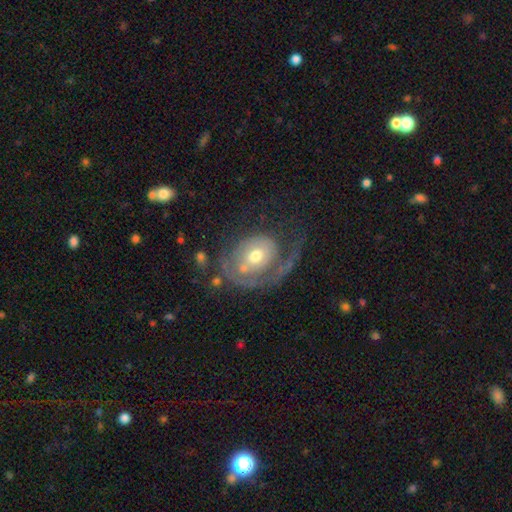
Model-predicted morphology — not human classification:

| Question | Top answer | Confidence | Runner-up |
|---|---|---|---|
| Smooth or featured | featured or disk | 64% | smooth (29%) |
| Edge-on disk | no | 96% | yes (4%) |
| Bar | no | 77% | weak (19%) |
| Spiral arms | yes | 62% | no (38%) |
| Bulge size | moderate | 65% | small (24%) |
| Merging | major disturbance | 43% | none (31%) |